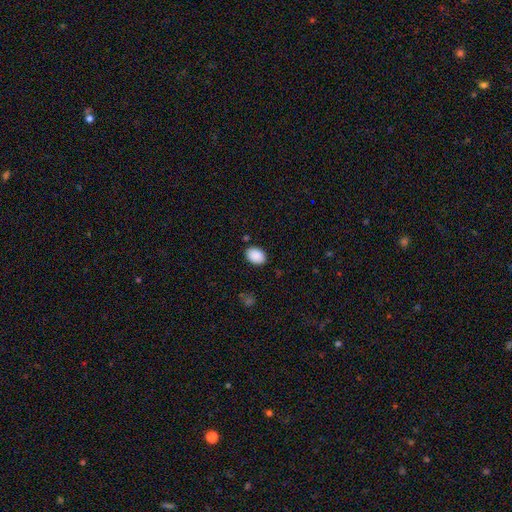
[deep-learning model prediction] Smooth or featured? Predicted: smooth (p=0.90). How rounded? Predicted: in between (p=0.77). Merging? Predicted: none (p=0.86).